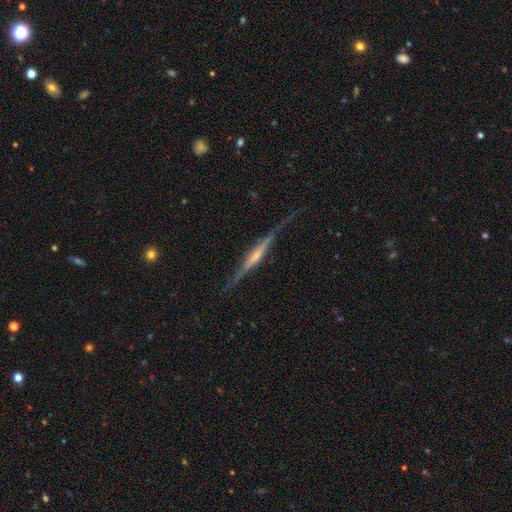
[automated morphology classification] A featured or disk galaxy (77%) viewed edge-on (96%) with a rounded central bulge (46%). Merging: none (75%).